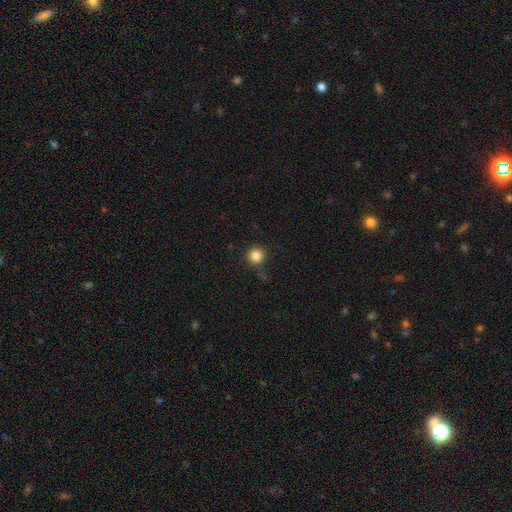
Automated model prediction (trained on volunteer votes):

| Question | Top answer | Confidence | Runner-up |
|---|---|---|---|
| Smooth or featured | smooth | 84% | star or artifact (12%) |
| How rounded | round | 95% | in between (4%) |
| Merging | none | 79% | minor disturbance (13%) |